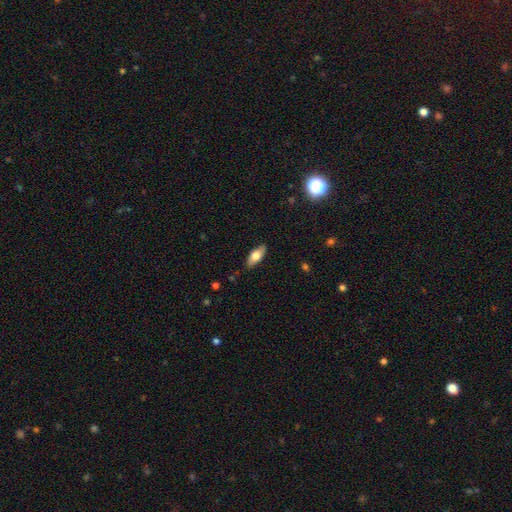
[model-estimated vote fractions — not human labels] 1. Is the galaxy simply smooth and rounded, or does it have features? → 68% smooth, 26% featured or disk, 6% star or artifact.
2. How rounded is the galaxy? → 80% in between, 17% cigar-shaped, 3% round.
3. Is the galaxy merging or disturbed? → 85% none, 12% minor disturbance, 2% major disturbance, 1% merger.